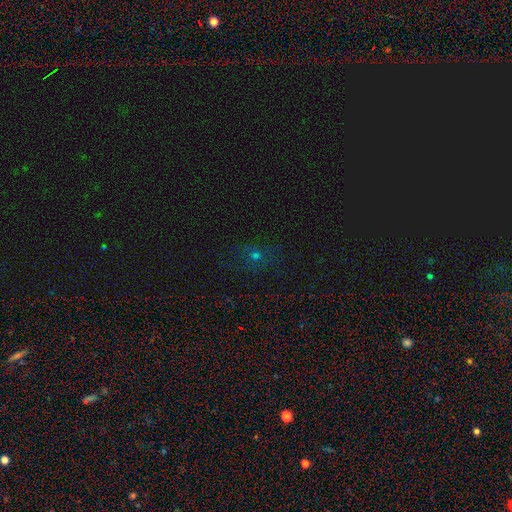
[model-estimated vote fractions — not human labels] smooth_or_featured: smooth (p=0.43) [alt: star or artifact p=0.40]
merging: none (p=0.76) [alt: minor disturbance p=0.14]